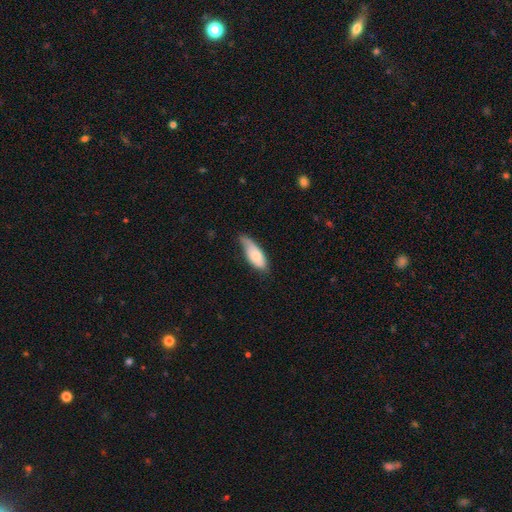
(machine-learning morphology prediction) Smooth or featured? Predicted: smooth (p=0.71). How rounded? Predicted: in between (p=0.76). Merging? Predicted: none (p=0.45).